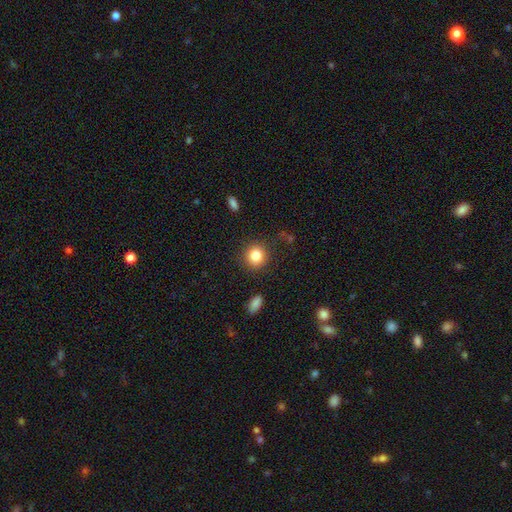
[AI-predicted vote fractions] A smooth galaxy with no disk features (84%) that is round (88%).

Vote fractions:
- Smooth or featured? smooth: 84% / star or artifact: 10% / featured or disk: 6%
- How rounded? round: 88% / in between: 11% / cigar-shaped: 1%
- Merging? none: 87% / minor disturbance: 8% / major disturbance: 3% / merger: 2%